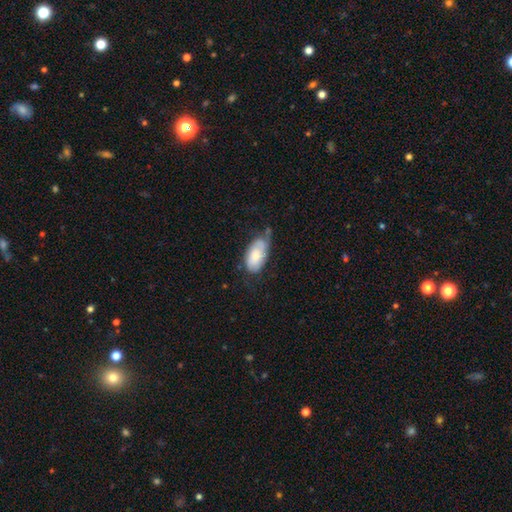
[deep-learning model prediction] The model was most divided on "merging": none: 42%, minor disturbance: 40%, major disturbance: 15%, merger: 4%. More confident: how rounded — in between (94%); smooth or featured — smooth (69%).